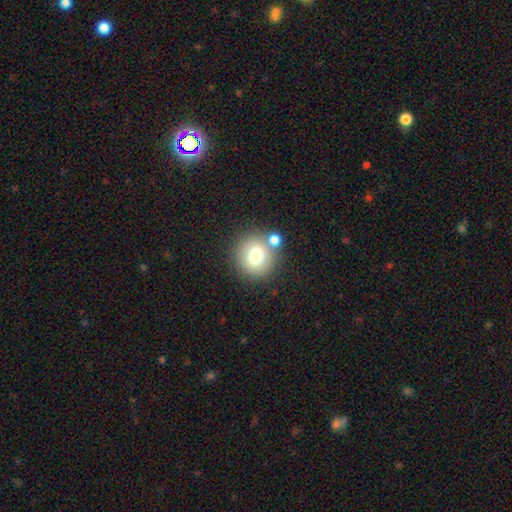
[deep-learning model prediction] Smooth or featured? Predicted: smooth (p=0.75). How rounded? Predicted: round (p=0.88). Merging? Predicted: none (p=0.70).